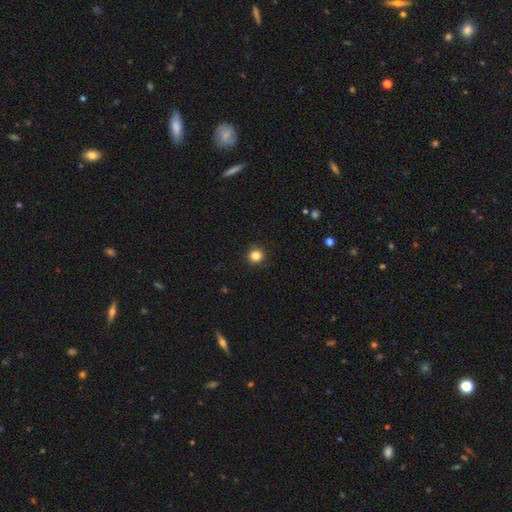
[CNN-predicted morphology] Q: Smooth or featured?
A: smooth (85%); runner-up: star or artifact (11%)
Q: How rounded?
A: round (92%); runner-up: in between (7%)
Q: Merging?
A: none (90%); runner-up: minor disturbance (7%)